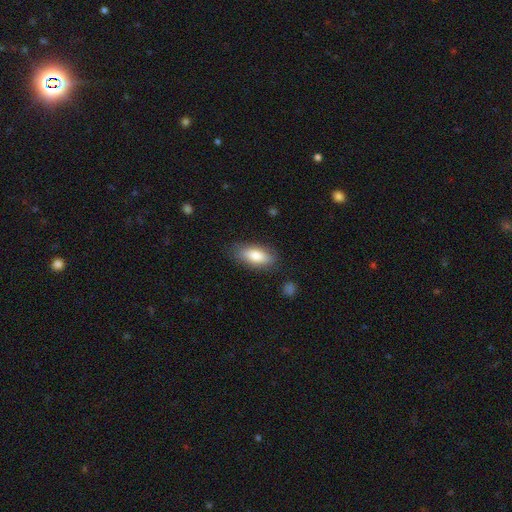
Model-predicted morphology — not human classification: Overall: smooth (81%). How rounded: in between (80%). Merging: none (81%).